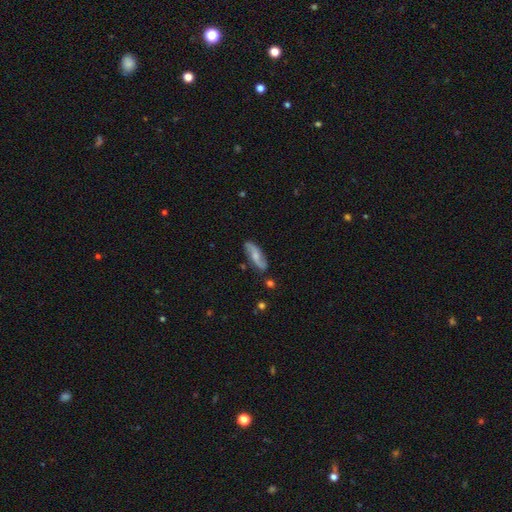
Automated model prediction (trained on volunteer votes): A featured or disk galaxy (69%) with no bar (51%), 2 (91%) loose (62%) spiral arms (94%) and a moderate central bulge (37%). Merging: none (81%).